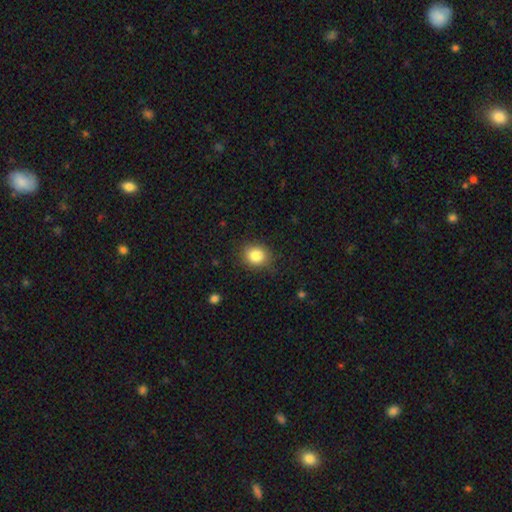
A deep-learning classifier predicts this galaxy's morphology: type=smooth (84%); roundness=round (69%); merging=none (82%).